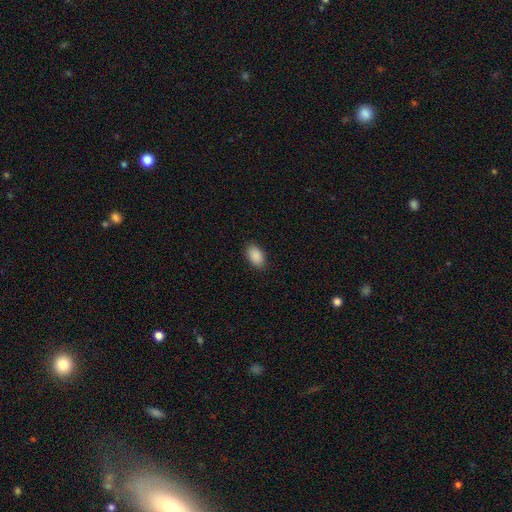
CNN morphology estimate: Smooth or featured? Predicted: smooth (p=0.90). How rounded? Predicted: in between (p=0.93). Merging? Predicted: none (p=0.88).